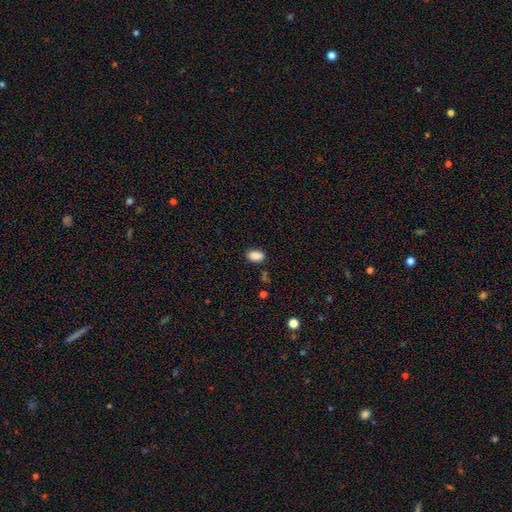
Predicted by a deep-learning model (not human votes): Morphology: type=smooth (88%); roundness=in between (89%); merging=none (83%).